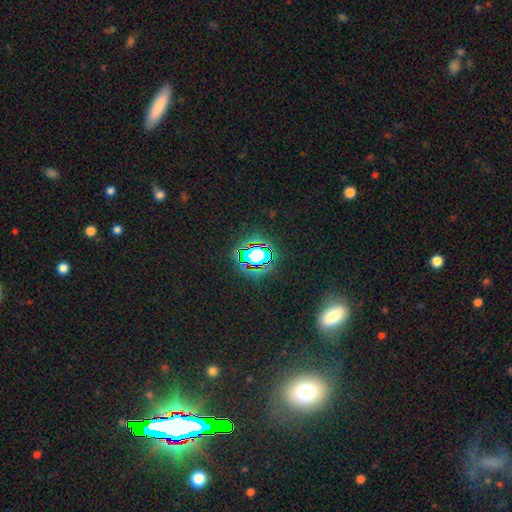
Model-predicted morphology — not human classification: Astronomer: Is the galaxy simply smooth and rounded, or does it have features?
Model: star or artifact — 66%.